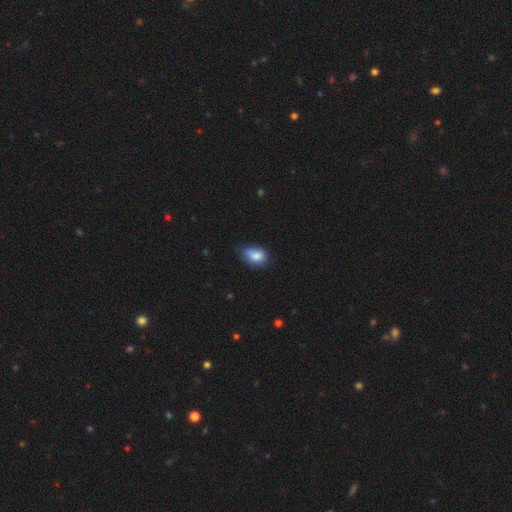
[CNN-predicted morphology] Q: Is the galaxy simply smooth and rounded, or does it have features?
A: smooth — 80%.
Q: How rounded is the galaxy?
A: in between — 83%.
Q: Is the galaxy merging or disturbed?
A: none — 46%.